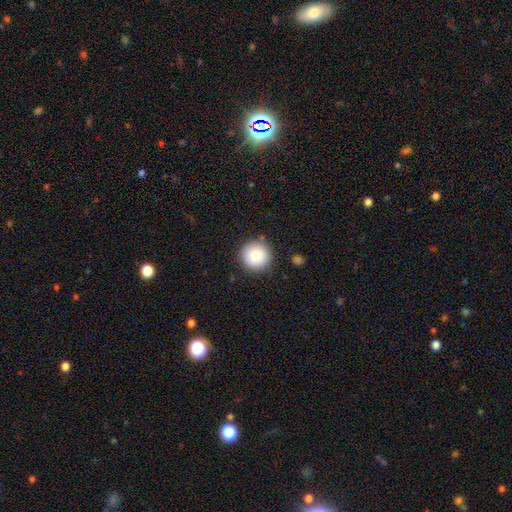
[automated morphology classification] smooth 84%, star or artifact 8%, featured or disk 7%. Down the decision tree: how rounded — round (96%); merging — none (88%).